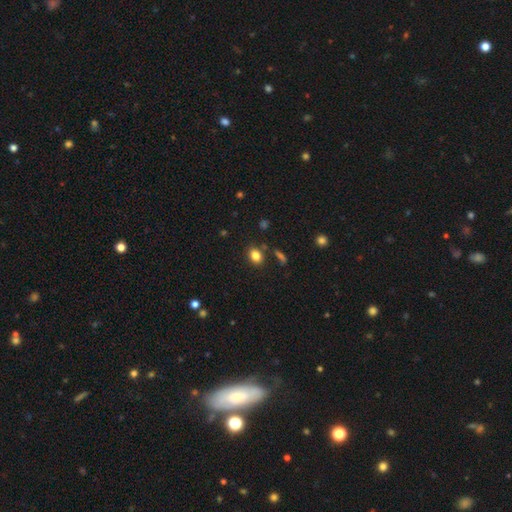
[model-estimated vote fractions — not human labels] A smooth galaxy with no disk features (83%) that is in between round and cigar-shaped (61%). Merging: none (81%).